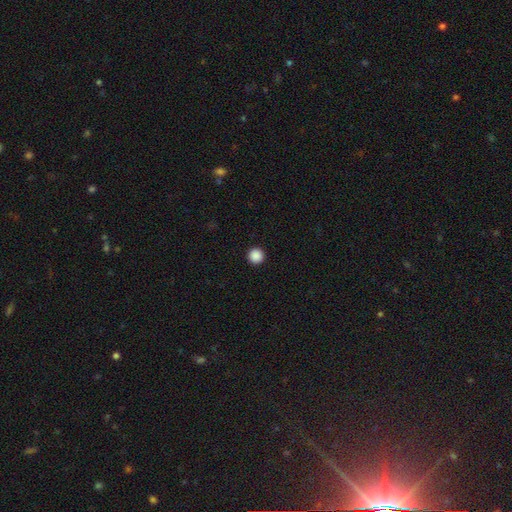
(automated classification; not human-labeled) Morphology: type=smooth (89%); roundness=round (96%); merging=none (94%).